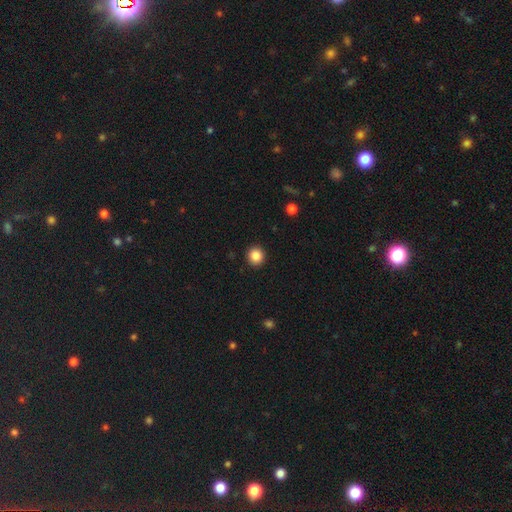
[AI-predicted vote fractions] Smooth or featured? Predicted: smooth (p=0.86). How rounded? Predicted: round (p=0.91). Merging? Predicted: none (p=0.93).